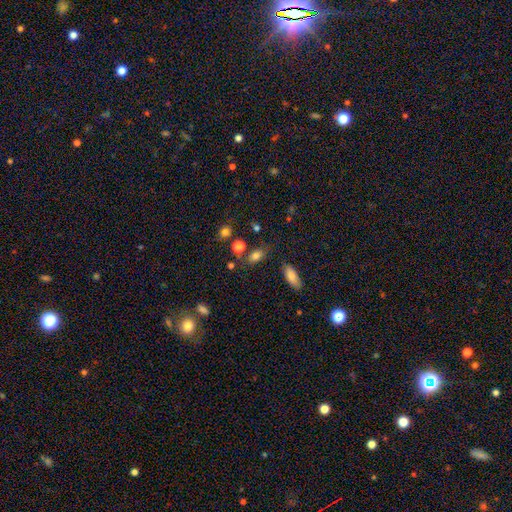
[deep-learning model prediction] smooth-or-featured: smooth: 81% | star or artifact: 12% | featured or disk: 7%
  how-rounded: in between: 80% | round: 17% | cigar-shaped: 4%
  merging: none: 71% | minor disturbance: 16% | merger: 8% | major disturbance: 5%